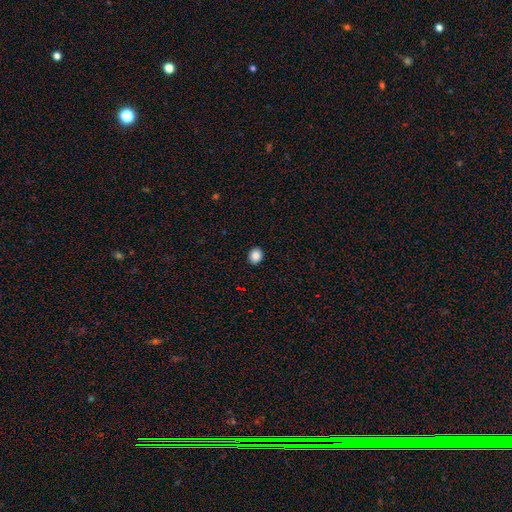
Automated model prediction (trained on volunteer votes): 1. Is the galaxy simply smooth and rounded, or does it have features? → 87% smooth, 9% star or artifact, 4% featured or disk.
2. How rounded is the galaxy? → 78% round, 21% in between, 1% cigar-shaped.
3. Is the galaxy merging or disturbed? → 93% none, 5% minor disturbance, 2% major disturbance, 1% merger.